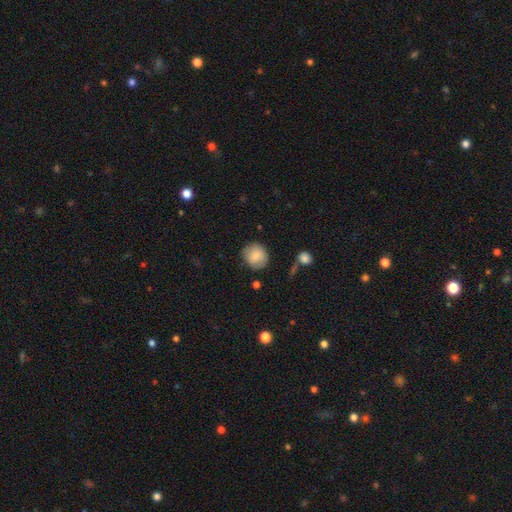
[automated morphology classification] smooth-or-featured: smooth: 82% | featured or disk: 10% | star or artifact: 8%
  how-rounded: round: 85% | in between: 14% | cigar-shaped: 1%
  merging: none: 79% | minor disturbance: 15% | major disturbance: 4% | merger: 2%